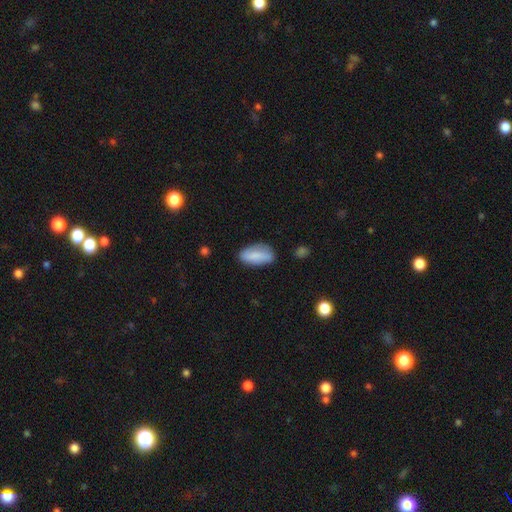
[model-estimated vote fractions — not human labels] Smooth or featured? Predicted: smooth (p=0.80). How rounded? Predicted: in between (p=0.90). Merging? Predicted: none (p=0.71).